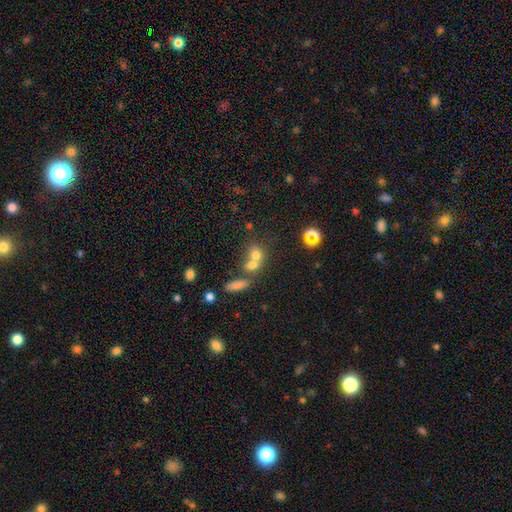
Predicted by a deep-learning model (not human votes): smooth-or-featured: smooth: 65% | star or artifact: 18% | featured or disk: 17%
  how-rounded: round: 68% | in between: 29% | cigar-shaped: 3%
  merging: merger: 54% | none: 34% | minor disturbance: 7% | major disturbance: 4%